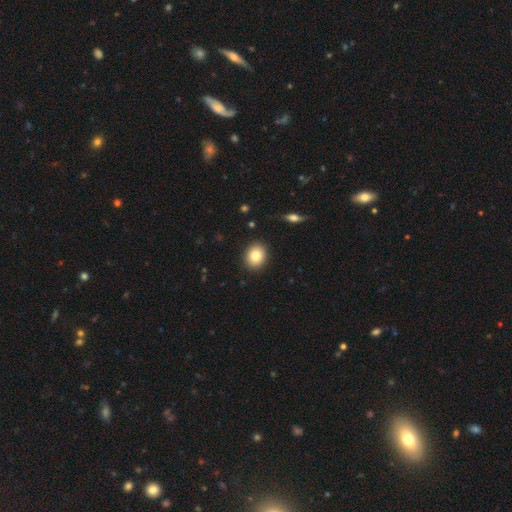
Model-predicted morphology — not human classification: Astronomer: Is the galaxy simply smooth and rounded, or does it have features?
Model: smooth — 81%.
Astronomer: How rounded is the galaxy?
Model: round — 63%.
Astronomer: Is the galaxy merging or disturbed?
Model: none — 90%.